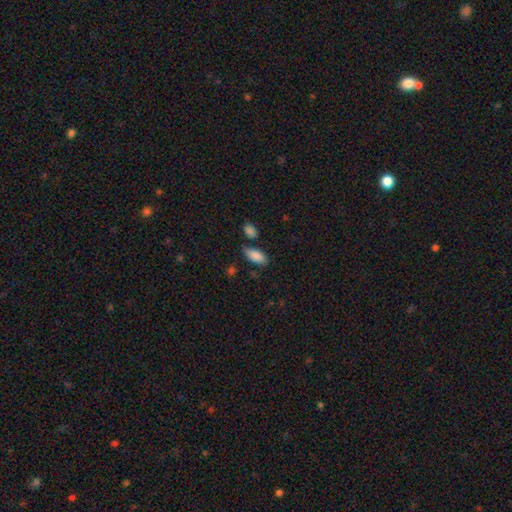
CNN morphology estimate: This is clearly a smooth galaxy (87%). How rounded: clearly in between (89%). Merging: likely none (72%).